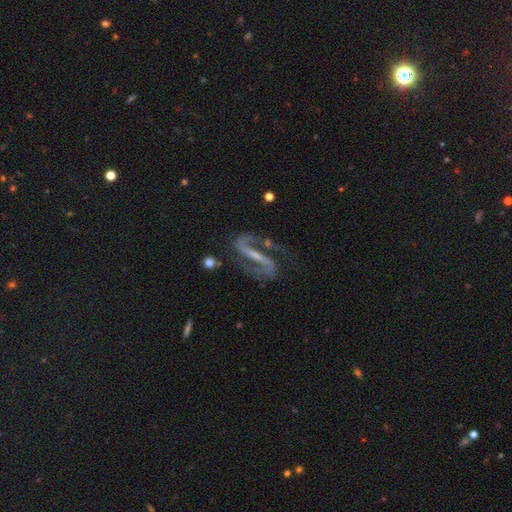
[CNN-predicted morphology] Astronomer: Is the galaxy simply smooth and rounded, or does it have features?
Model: featured or disk — 91%.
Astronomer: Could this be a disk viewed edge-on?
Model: no — 95%.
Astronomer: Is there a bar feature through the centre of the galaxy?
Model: strong — 66%.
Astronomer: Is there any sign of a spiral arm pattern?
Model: yes — 97%.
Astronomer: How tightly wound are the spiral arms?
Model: medium — 48% (runner-up: loose, 39%).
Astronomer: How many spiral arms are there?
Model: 2 — 93%.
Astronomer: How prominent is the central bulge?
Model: small — 55%.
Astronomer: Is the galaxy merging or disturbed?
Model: none — 68%.